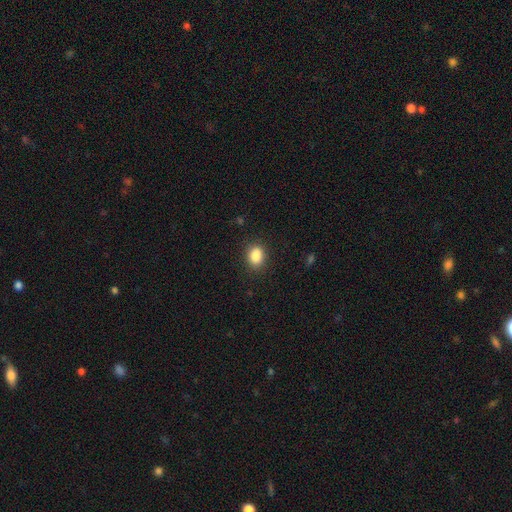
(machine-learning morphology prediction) Smooth or featured? Predicted: smooth (p=0.87). How rounded? Predicted: in between (p=0.62). Merging? Predicted: none (p=0.85).